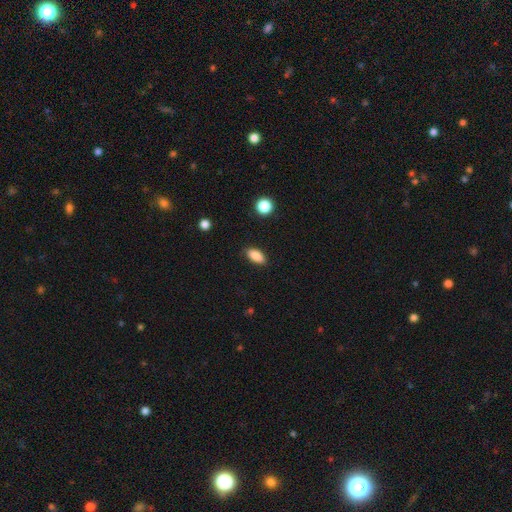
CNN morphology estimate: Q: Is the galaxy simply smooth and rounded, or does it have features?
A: smooth — 87%.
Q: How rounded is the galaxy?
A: in between — 88%.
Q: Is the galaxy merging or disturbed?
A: none — 85%.